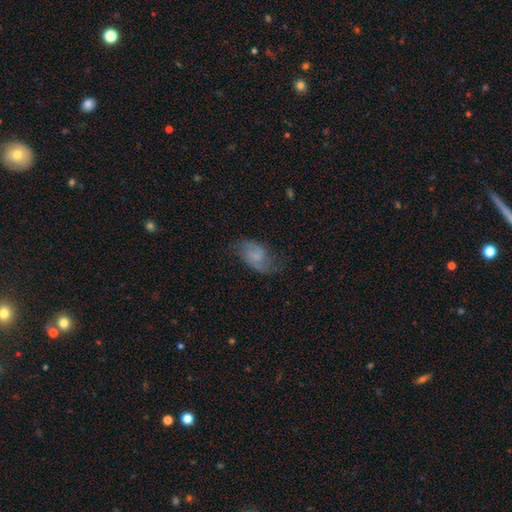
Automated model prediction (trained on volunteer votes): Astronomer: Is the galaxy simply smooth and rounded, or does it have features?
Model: featured or disk — 60%.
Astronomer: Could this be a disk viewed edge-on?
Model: no — 97%.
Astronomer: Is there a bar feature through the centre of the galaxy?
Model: no — 50% (runner-up: weak, 42%).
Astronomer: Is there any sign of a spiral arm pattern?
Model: yes — 90%.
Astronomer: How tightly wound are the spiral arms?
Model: loose — 43% (runner-up: medium, 42%).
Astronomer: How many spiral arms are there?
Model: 2 — 85%.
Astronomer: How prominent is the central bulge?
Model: none — 45% (runner-up: small, 35%).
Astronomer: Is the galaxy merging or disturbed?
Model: none — 63%.